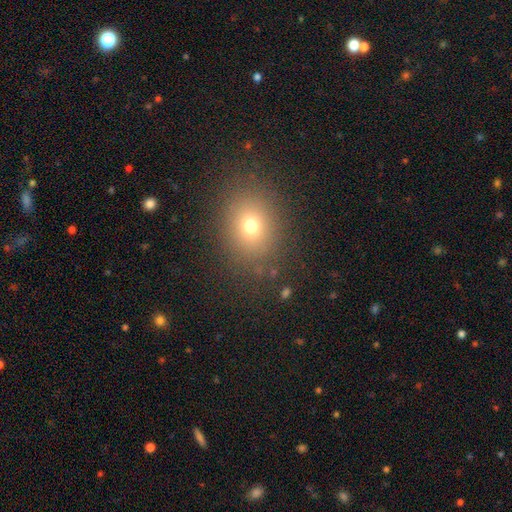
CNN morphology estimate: Smooth or featured? smooth (66%)
How rounded? in between (50%)
Merging? none (89%)